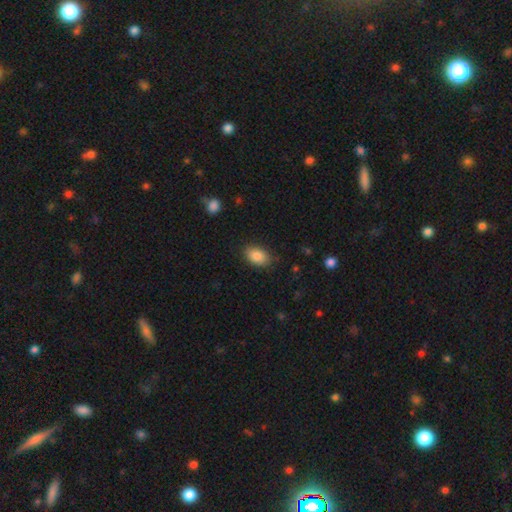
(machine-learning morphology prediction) Smooth or featured: smooth — 86% (star or artifact — 7%)
How rounded: in between — 89% (round — 9%)
Merging: none — 84% (minor disturbance — 12%)